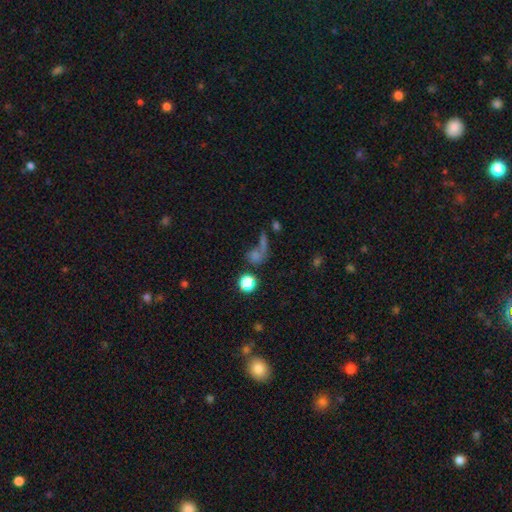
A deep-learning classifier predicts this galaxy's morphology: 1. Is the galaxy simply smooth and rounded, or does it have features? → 58% smooth, 26% star or artifact, 16% featured or disk.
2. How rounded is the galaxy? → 65% round, 29% in between, 6% cigar-shaped.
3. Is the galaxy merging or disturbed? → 42% none, 32% merger, 16% major disturbance, 11% minor disturbance.